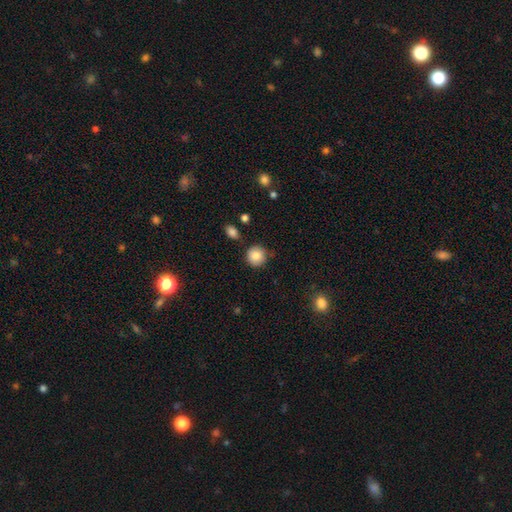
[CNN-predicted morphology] The model was most divided on "merging": none: 83%, minor disturbance: 11%, merger: 3%, major disturbance: 3%. More confident: how rounded — round (93%); smooth or featured — smooth (86%).